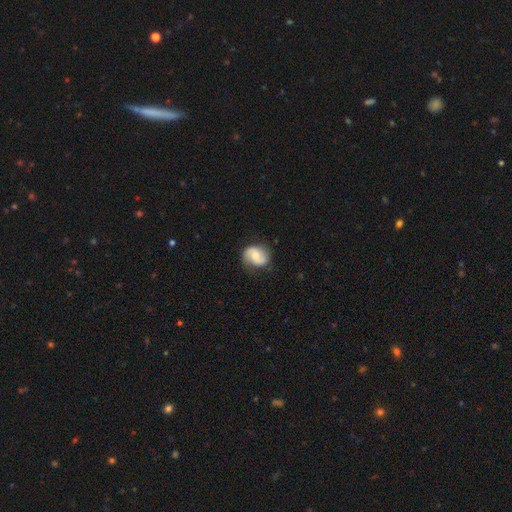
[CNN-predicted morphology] smooth-or-featured: featured or disk: 63% | smooth: 30% | star or artifact: 7%
  disk-edge-on: no: 98% | yes: 2%
    bar: no: 54% | weak: 37% | strong: 9%
    has-spiral-arms: yes: 91% | no: 9%
      spiral-winding: medium: 44% | loose: 32% | tight: 24%
      spiral-arm-count: 2: 87% | can't tell: 7% | 1: 3% | 3: 1% | 4: 1% | more than 4: 1%
    bulge-size: moderate: 59% | small: 33% | large: 4% | none: 3% | dominant: 1%
  merging: none: 75% | minor disturbance: 19% | major disturbance: 5% | merger: 1%